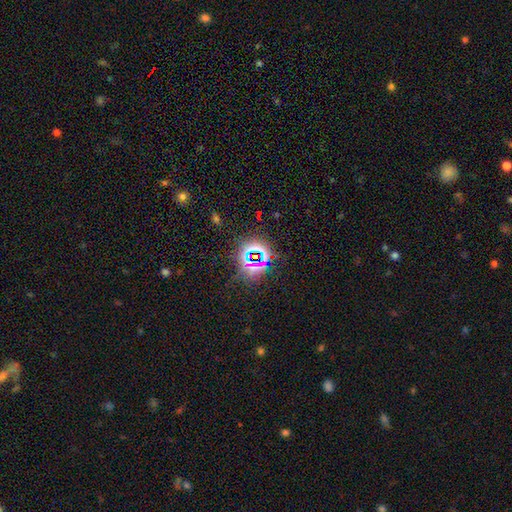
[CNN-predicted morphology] smooth-or-featured: star or artifact: 77% | smooth: 15% | featured or disk: 9%